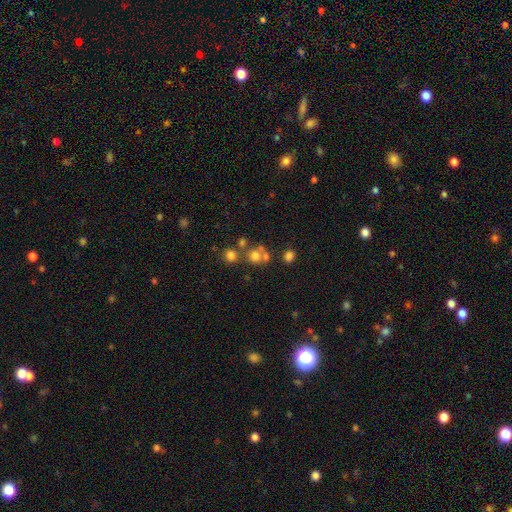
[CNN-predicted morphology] The model was most divided on "merging": none: 50%, merger: 37%, minor disturbance: 8%, major disturbance: 5%. More confident: how rounded — round (83%); smooth or featured — smooth (64%).